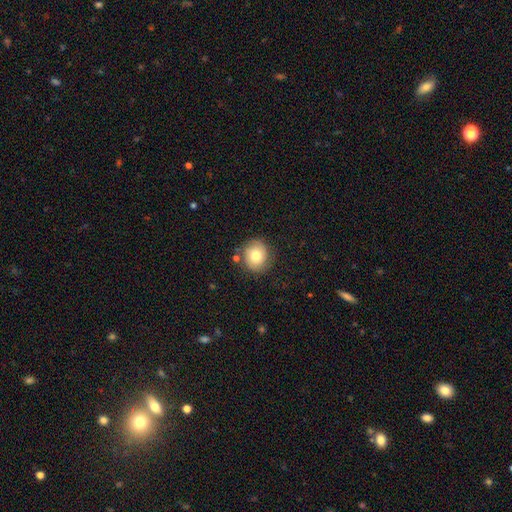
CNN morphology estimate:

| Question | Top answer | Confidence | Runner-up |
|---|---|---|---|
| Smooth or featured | smooth | 74% | featured or disk (17%) |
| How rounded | round | 83% | in between (16%) |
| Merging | none | 79% | minor disturbance (13%) |